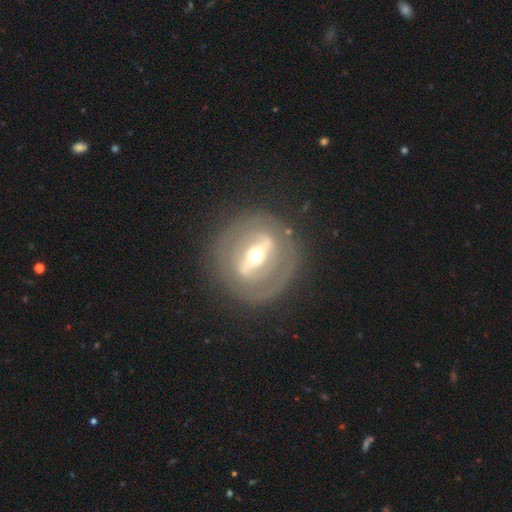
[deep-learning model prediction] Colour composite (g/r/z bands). It shows a featured or disk galaxy (78%) with a strong bar (71%), no spiral arms (63%) and a moderate central bulge (56%). Merging: none (81%).